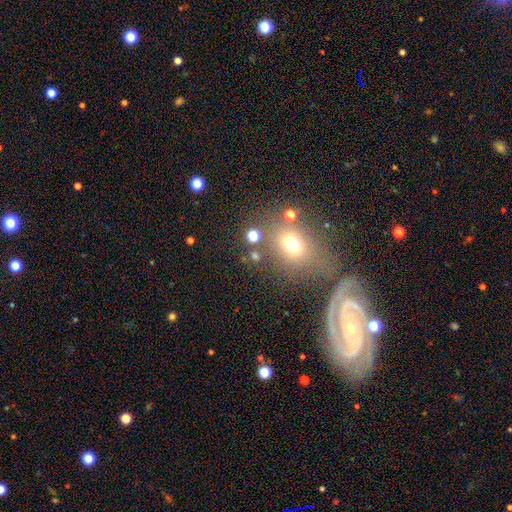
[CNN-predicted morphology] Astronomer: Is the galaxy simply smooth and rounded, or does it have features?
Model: smooth — 46% (runner-up: featured or disk, 30%).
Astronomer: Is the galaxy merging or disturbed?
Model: none — 71%.